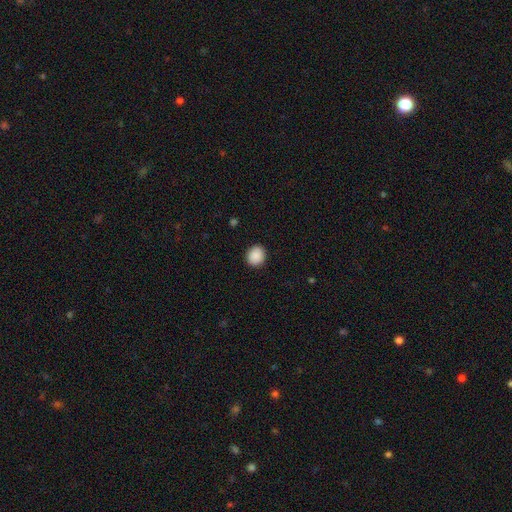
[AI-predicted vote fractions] smooth 90%, star or artifact 8%, featured or disk 3%. Down the decision tree: how rounded — round (74%); merging — none (90%).